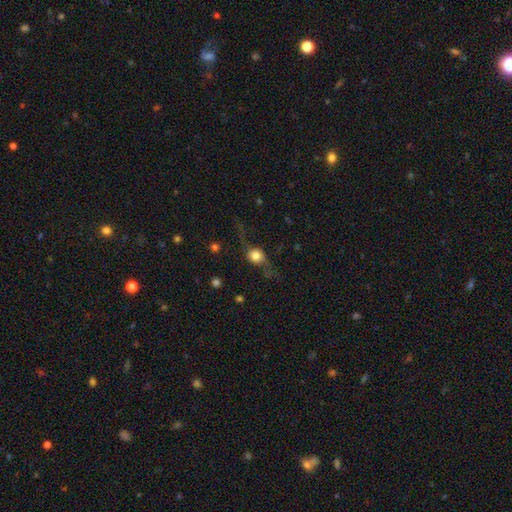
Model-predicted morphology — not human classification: Smooth or featured: smooth — 56% (featured or disk — 34%)
How rounded: round — 77% (in between — 20%)
Merging: none — 53% (major disturbance — 22%)